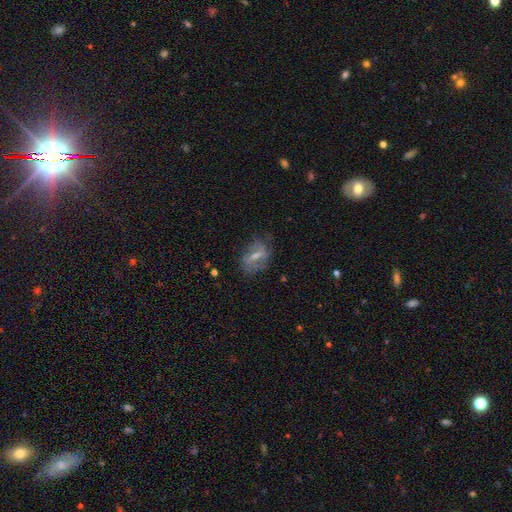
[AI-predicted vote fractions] A featured or disk galaxy (60%) with a weak bar (43%), spiral arms (63%) and a small central bulge (48%). Merging: none (71%).